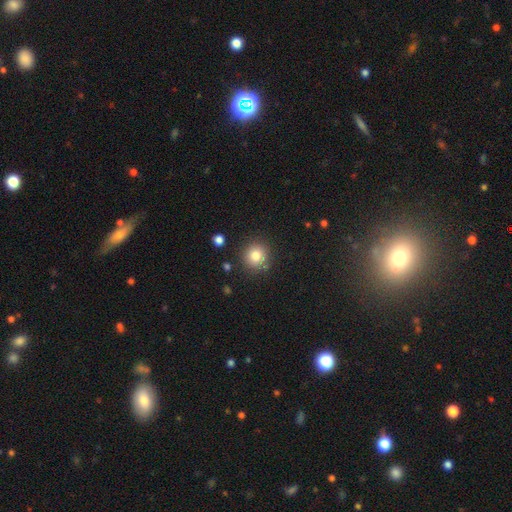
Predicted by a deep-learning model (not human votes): This appears to be a smooth galaxy with no disk features (80%) that is round (92%). Merging: none (86%).